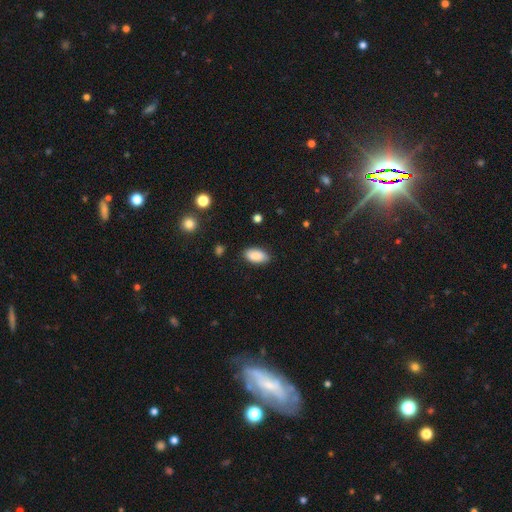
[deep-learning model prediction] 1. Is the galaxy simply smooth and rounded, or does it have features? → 89% smooth, 7% star or artifact, 5% featured or disk.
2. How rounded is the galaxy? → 93% in between, 4% cigar-shaped, 3% round.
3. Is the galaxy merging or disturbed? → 85% none, 11% minor disturbance, 2% major disturbance, 1% merger.